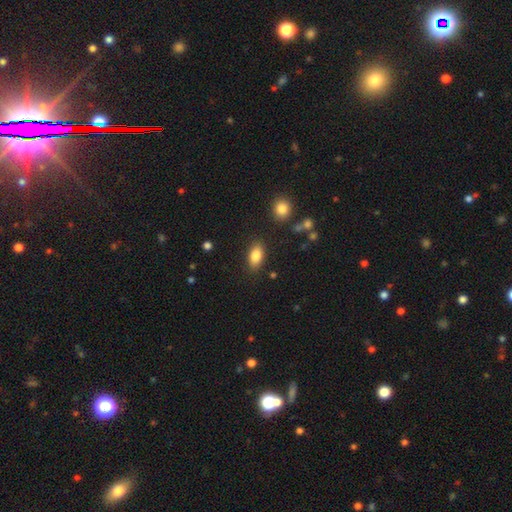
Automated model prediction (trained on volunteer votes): Overall: smooth (84%). How rounded: in between (90%). Merging: none (86%).